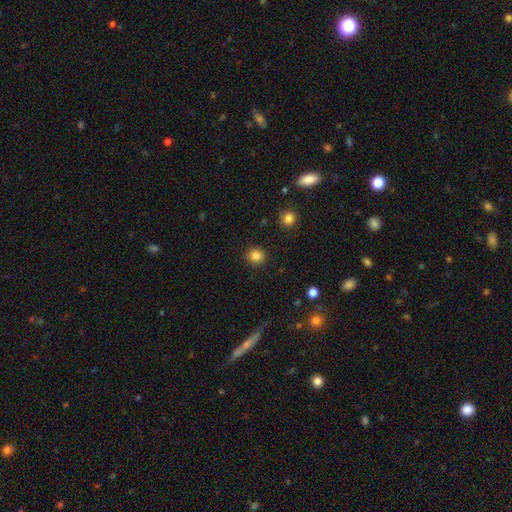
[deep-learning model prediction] smooth_or_featured: smooth (p=0.85) [alt: star or artifact p=0.11]
how_rounded: round (p=0.90) [alt: in between p=0.09]
merging: none (p=0.91) [alt: minor disturbance p=0.05]